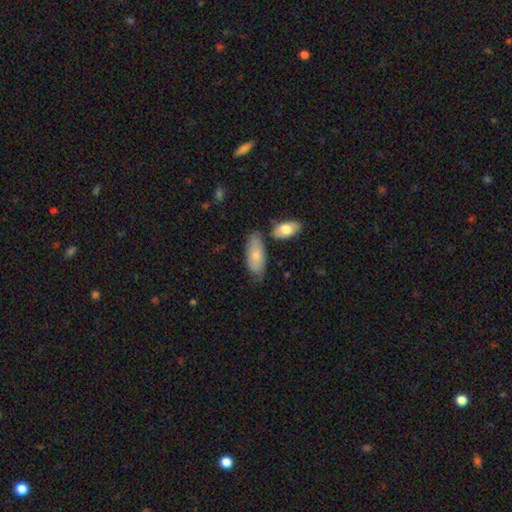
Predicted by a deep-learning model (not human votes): A smooth galaxy with no disk features (72%) that is in between round and cigar-shaped (86%). Merging: none (61%).